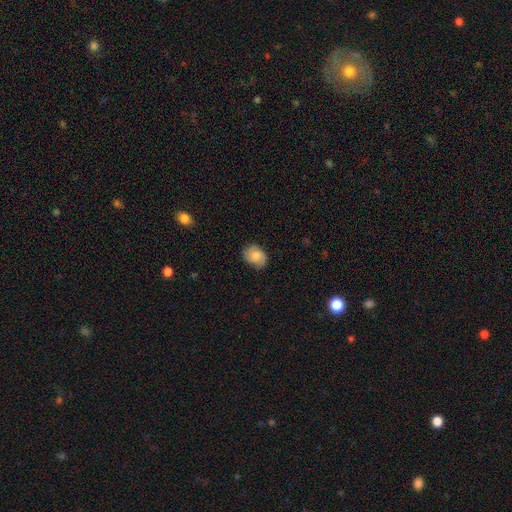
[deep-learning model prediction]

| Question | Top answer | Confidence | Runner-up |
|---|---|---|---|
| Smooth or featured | smooth | 77% | featured or disk (16%) |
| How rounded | in between | 67% | round (32%) |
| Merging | none | 77% | minor disturbance (19%) |